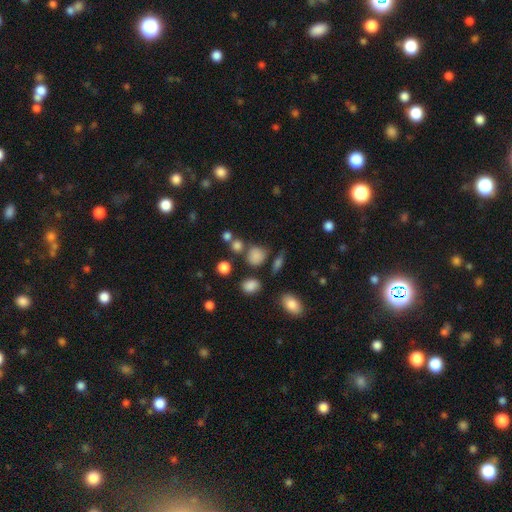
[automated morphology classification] The model was most divided on "merging": none: 66%, minor disturbance: 15%, merger: 14%, major disturbance: 6%. More confident: smooth or featured — smooth (80%); how rounded — round (77%).